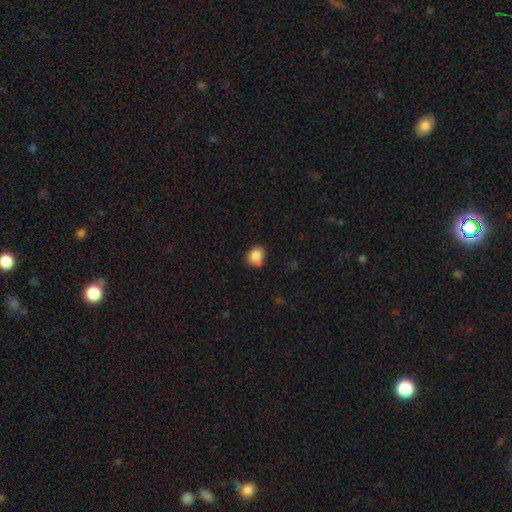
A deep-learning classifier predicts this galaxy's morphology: type=smooth (84%); roundness=round (68%); merging=none (71%).